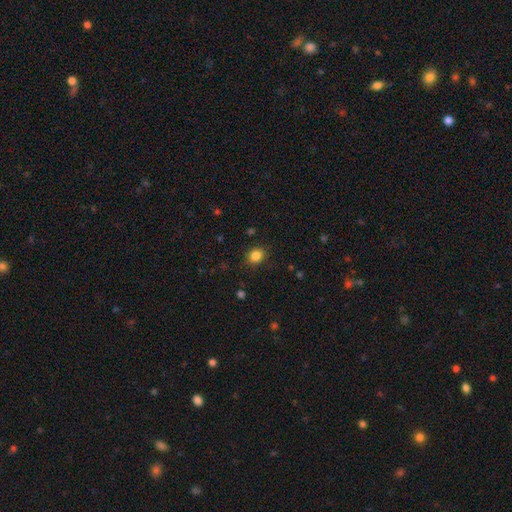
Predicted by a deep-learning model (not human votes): This is clearly a smooth galaxy (85%). How rounded: likely round (64%). Merging: clearly none (87%).